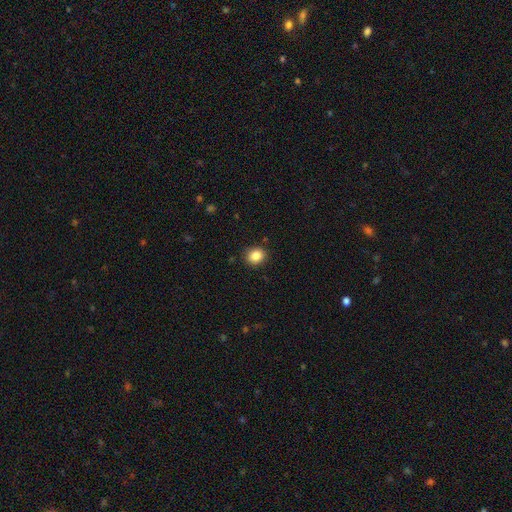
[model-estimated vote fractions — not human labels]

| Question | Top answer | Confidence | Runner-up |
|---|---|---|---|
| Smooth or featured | smooth | 86% | star or artifact (9%) |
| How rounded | round | 67% | in between (32%) |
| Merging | none | 88% | minor disturbance (8%) |